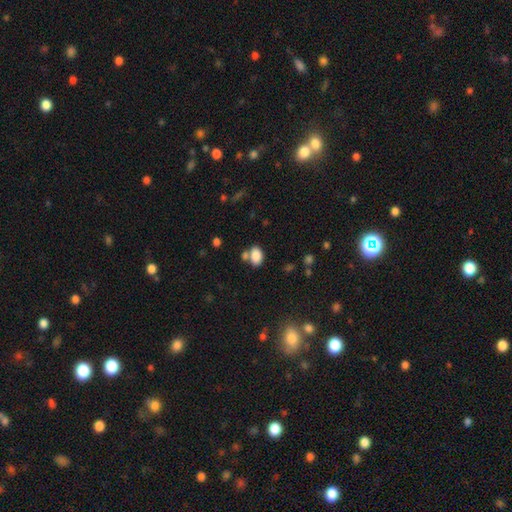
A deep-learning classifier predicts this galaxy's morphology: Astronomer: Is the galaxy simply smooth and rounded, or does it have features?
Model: smooth — 84%.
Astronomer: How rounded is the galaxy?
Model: in between — 85%.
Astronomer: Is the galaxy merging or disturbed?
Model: none — 57%.